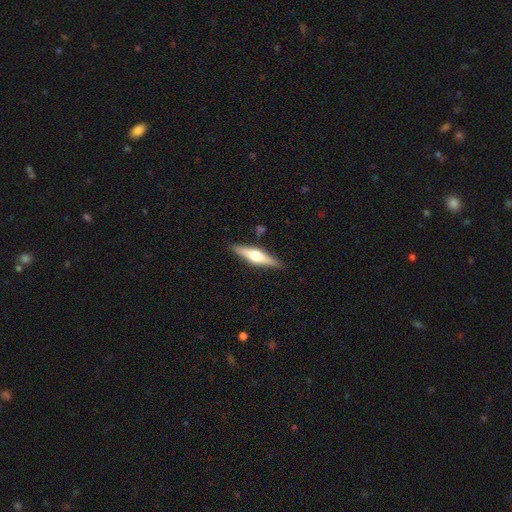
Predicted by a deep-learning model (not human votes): A featured or disk galaxy (61%) viewed edge-on (96%) with a rounded central bulge (93%). Merging: none (89%).